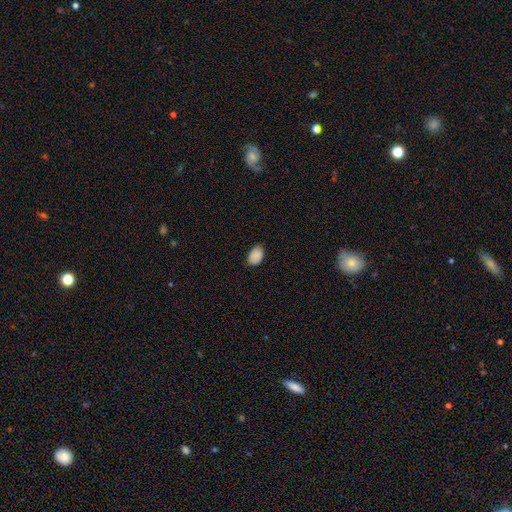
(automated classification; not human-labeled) Overall: smooth (89%). How rounded: in between (87%). Merging: none (81%).